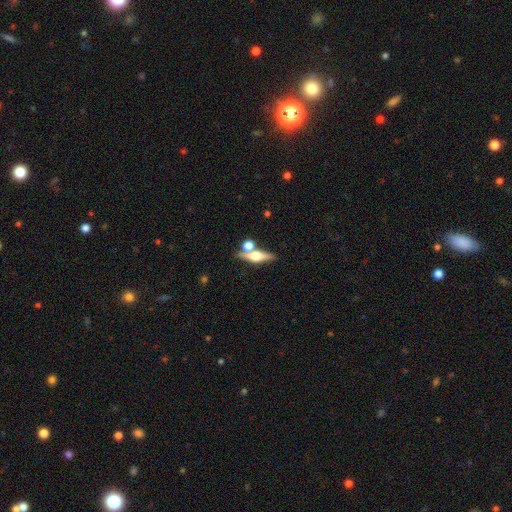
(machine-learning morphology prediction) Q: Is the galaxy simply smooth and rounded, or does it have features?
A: featured or disk — 65%.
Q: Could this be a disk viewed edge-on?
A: yes — 94%.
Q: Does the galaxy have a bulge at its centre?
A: rounded — 94%.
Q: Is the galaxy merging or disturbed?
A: none — 68%.